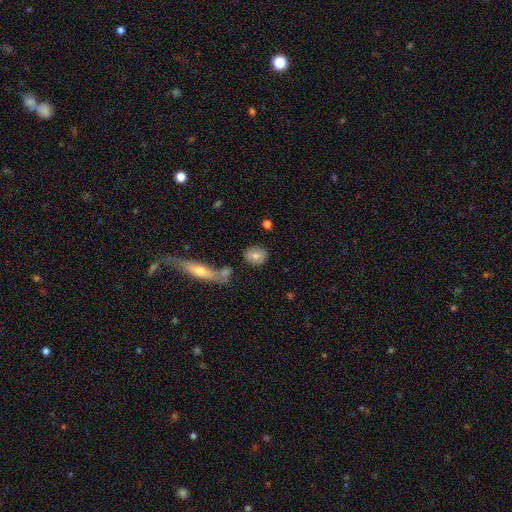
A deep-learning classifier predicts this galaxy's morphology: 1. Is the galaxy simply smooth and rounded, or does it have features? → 77% smooth, 15% featured or disk, 8% star or artifact.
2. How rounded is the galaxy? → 60% round, 37% in between, 3% cigar-shaped.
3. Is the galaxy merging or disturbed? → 75% none, 12% minor disturbance, 9% merger, 4% major disturbance.